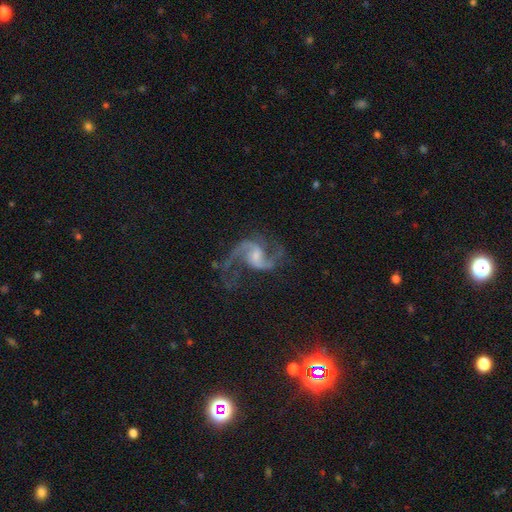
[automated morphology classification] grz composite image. It shows a featured or disk galaxy (91%) with a weak bar (47%), 2 (92%) loose (49%) spiral arms (98%) and a small central bulge (49%). Merging: none (67%).